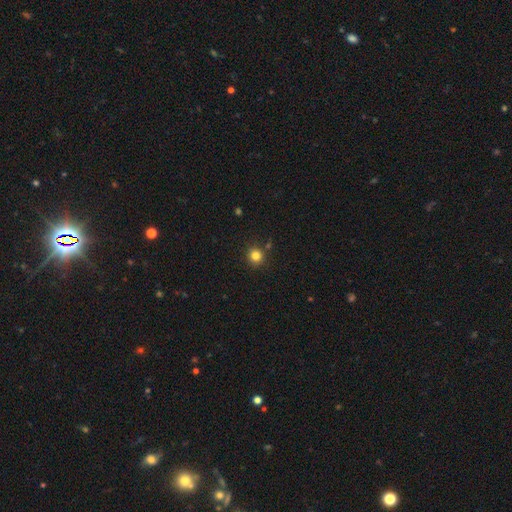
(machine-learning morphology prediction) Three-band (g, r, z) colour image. It shows a smooth galaxy with no disk features (82%) that is round (92%). Merging: none (87%).